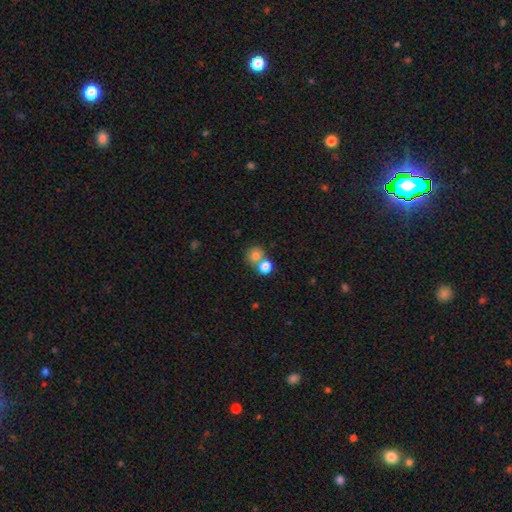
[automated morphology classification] smooth_or_featured: smooth (p=0.78) [alt: star or artifact p=0.12]
how_rounded: round (p=0.84) [alt: in between p=0.15]
merging: none (p=0.47) [alt: merger p=0.43]